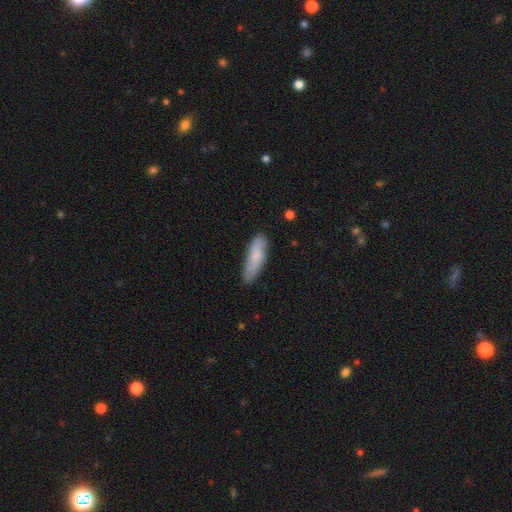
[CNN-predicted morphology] A smooth galaxy with no disk features (75%) that is cigar-shaped (56%).

Vote fractions:
- Smooth or featured? smooth: 75% / featured or disk: 19% / star or artifact: 6%
- How rounded? cigar-shaped: 56% / in between: 43% / round: 2%
- Merging? none: 76% / minor disturbance: 20% / major disturbance: 3% / merger: 2%